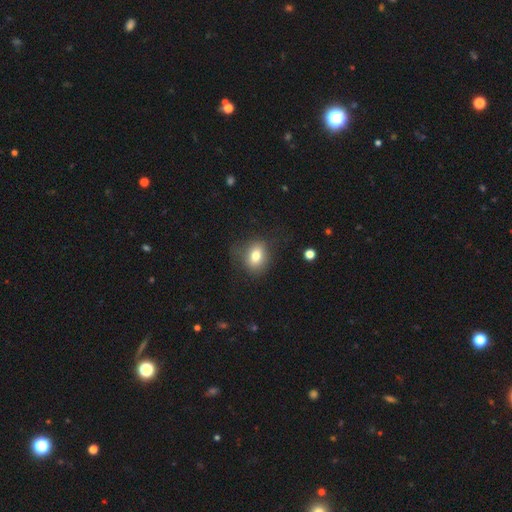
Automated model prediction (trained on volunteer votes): A smooth galaxy with no disk features (77%) that is in between round and cigar-shaped (60%). Merging: none (68%).